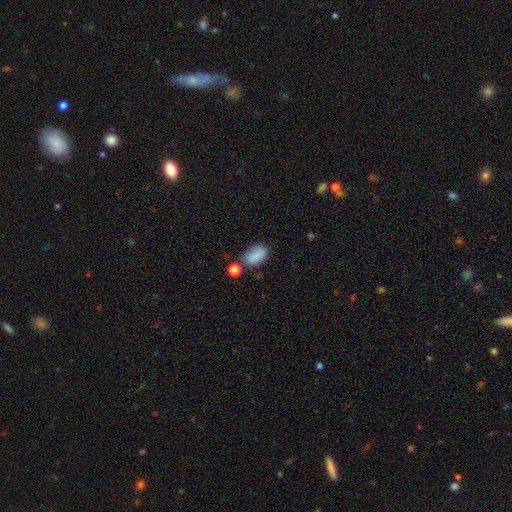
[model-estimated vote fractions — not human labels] Smooth or featured?
  - smooth: 82% *
  - featured or disk: 10%
  - star or artifact: 9%
How rounded?
  - in between: 88% *
  - round: 10%
  - cigar-shaped: 2%
Merging?
  - none: 63% *
  - minor disturbance: 19%
  - merger: 12%
  - major disturbance: 5%